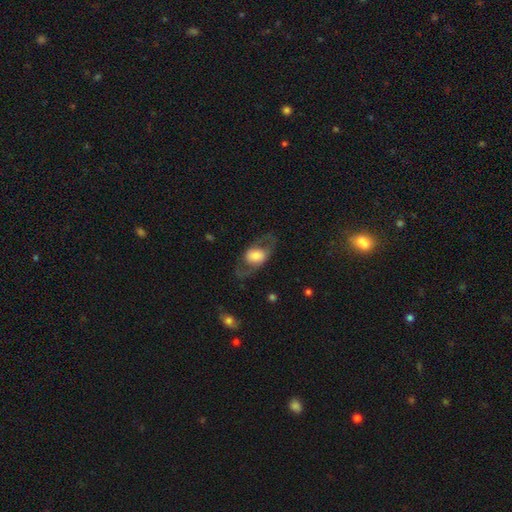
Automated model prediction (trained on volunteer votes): smooth 50%, featured or disk 43%, star or artifact 7%. Down the decision tree: how rounded — in between (67%); merging — none (61%).